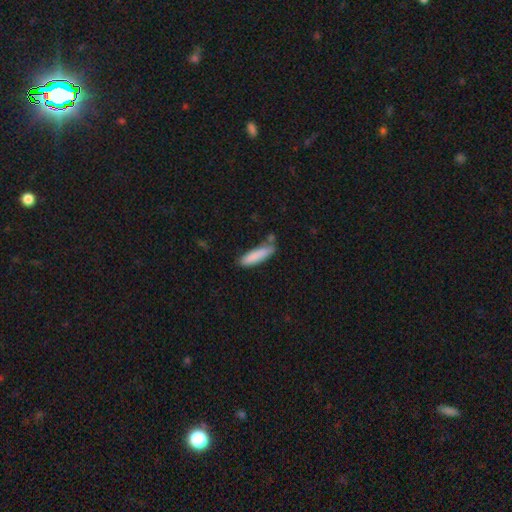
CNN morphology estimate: smooth-or-featured: smooth: 85% | featured or disk: 9% | star or artifact: 6%
  how-rounded: cigar-shaped: 72% | in between: 27% | round: 1%
  merging: none: 66% | minor disturbance: 22% | merger: 7% | major disturbance: 4%